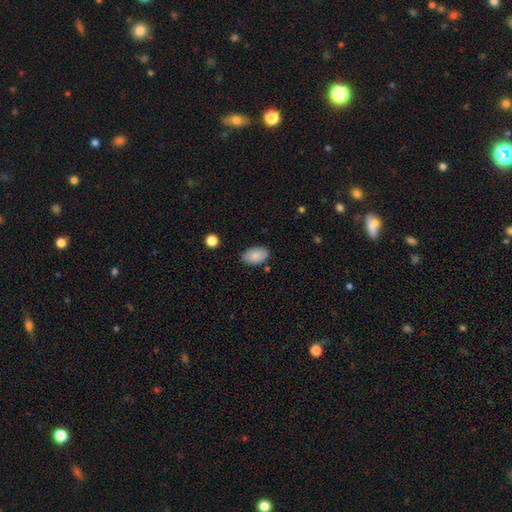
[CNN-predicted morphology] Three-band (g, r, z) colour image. It shows a smooth galaxy with no disk features (86%) that is in between round and cigar-shaped (93%). Merging: none (79%).